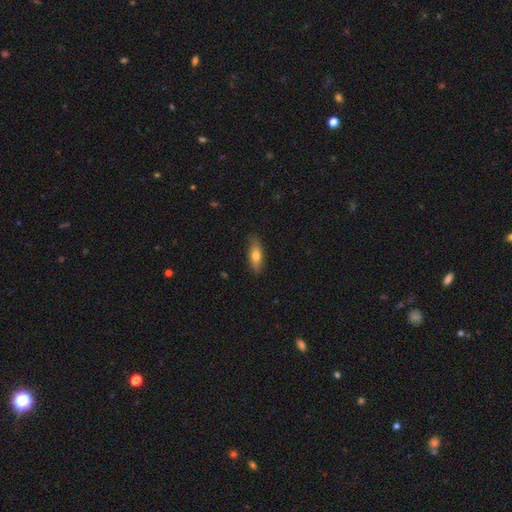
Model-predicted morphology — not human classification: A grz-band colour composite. It shows a smooth galaxy with no disk features (67%) that is in between round and cigar-shaped (59%). Merging: none (85%).